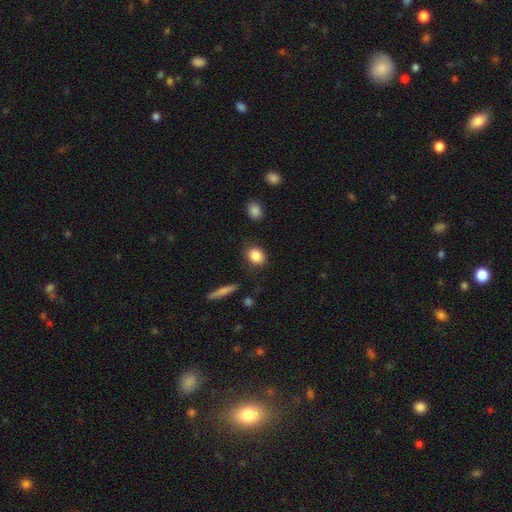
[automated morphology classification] smooth-or-featured: smooth: 86% | star or artifact: 8% | featured or disk: 6%
  how-rounded: in between: 53% | round: 45% | cigar-shaped: 2%
  merging: none: 84% | minor disturbance: 10% | major disturbance: 3% | merger: 3%